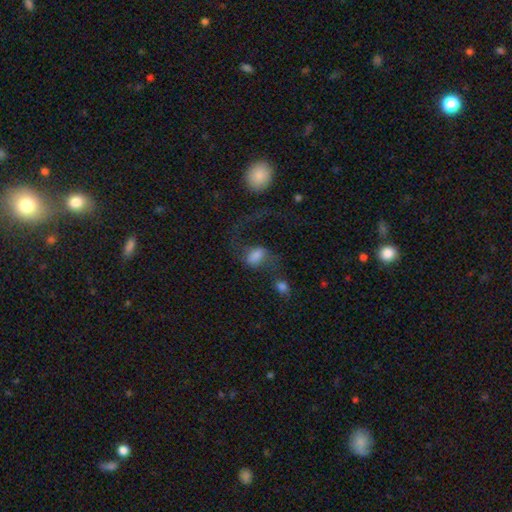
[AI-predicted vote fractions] smooth-or-featured: smooth: 54% | featured or disk: 33% | star or artifact: 13%
  how-rounded: in between: 74% | round: 23% | cigar-shaped: 3%
  merging: major disturbance: 35% | none: 30% | merger: 21% | minor disturbance: 15%